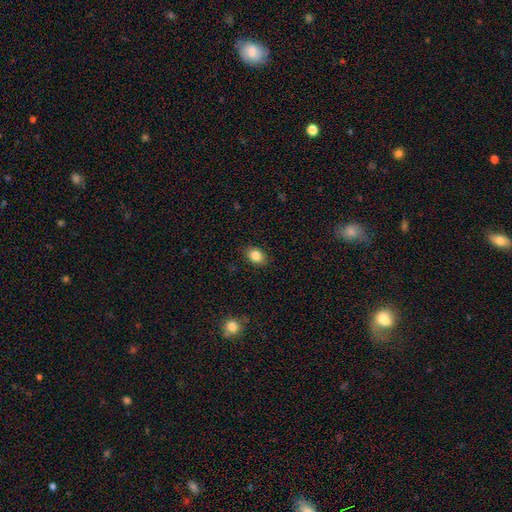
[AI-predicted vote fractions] Smooth or featured? smooth (85%)
How rounded? in between (69%)
Merging? none (88%)